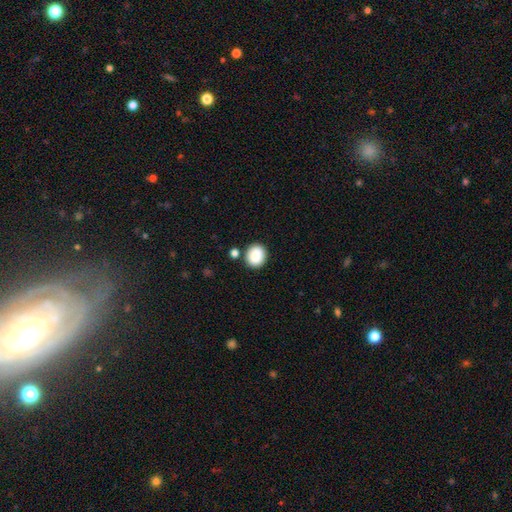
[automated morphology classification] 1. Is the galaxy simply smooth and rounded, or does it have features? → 88% smooth, 8% star or artifact, 3% featured or disk.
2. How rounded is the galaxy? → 76% round, 23% in between, 1% cigar-shaped.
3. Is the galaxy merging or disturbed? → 82% none, 9% minor disturbance, 6% merger, 3% major disturbance.